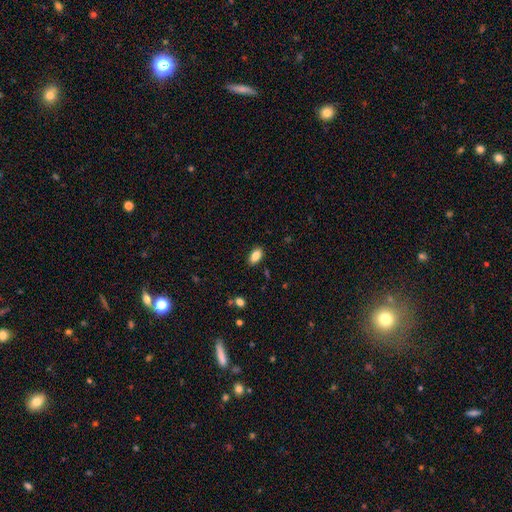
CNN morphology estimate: Q: Smooth or featured?
A: smooth (86%); runner-up: star or artifact (8%)
Q: How rounded?
A: in between (92%); runner-up: round (5%)
Q: Merging?
A: none (87%); runner-up: minor disturbance (9%)